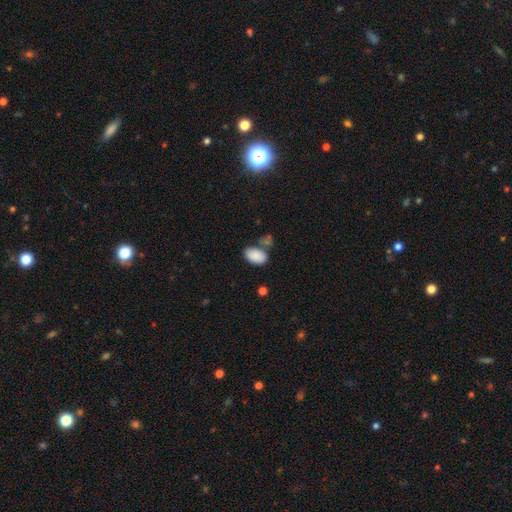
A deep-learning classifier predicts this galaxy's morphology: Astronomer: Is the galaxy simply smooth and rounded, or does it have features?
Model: smooth — 87%.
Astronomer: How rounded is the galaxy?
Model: in between — 92%.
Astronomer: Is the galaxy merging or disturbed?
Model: none — 56%.